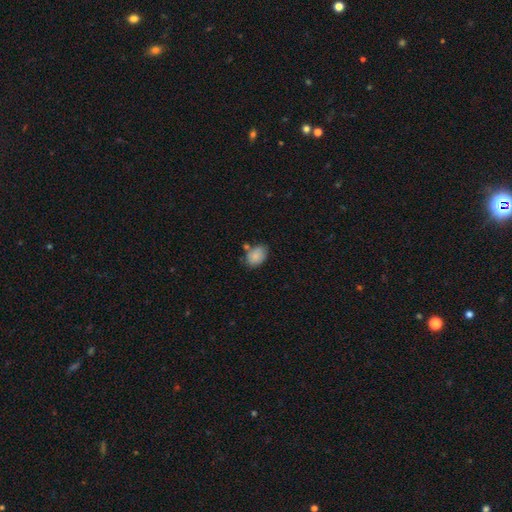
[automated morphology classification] smooth-or-featured: smooth: 84% | featured or disk: 8% | star or artifact: 8%
  how-rounded: in between: 77% | round: 22% | cigar-shaped: 1%
  merging: none: 62% | minor disturbance: 21% | merger: 12% | major disturbance: 5%